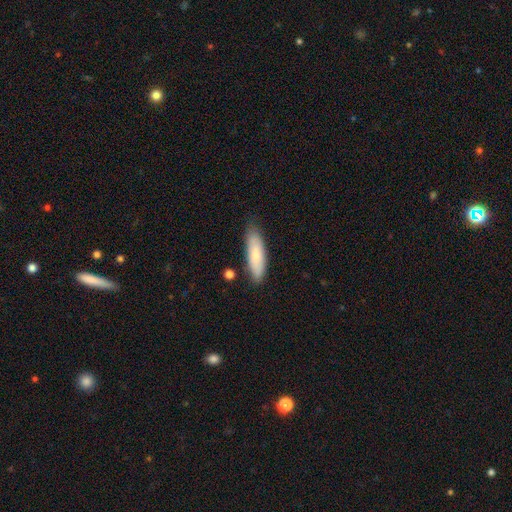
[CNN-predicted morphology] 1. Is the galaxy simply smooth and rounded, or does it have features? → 80% smooth, 14% featured or disk, 6% star or artifact.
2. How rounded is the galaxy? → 57% cigar-shaped, 41% in between, 2% round.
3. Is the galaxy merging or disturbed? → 77% none, 17% minor disturbance, 3% major disturbance, 3% merger.